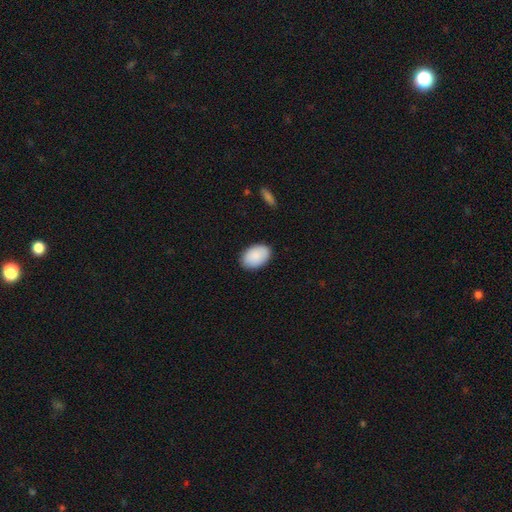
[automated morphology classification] The model was most divided on "merging": none: 88%, minor disturbance: 9%, major disturbance: 2%, merger: 1%. More confident: how rounded — in between (90%); smooth or featured — smooth (90%).